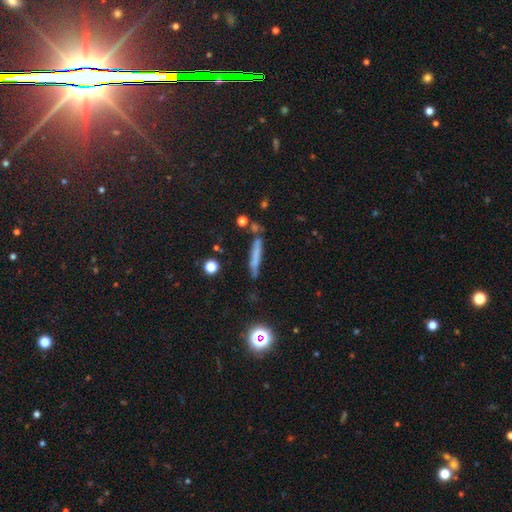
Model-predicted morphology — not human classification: The model was most divided on "smooth or featured": smooth: 61%, featured or disk: 26%, star or artifact: 13%. More confident: how rounded — cigar-shaped (91%); merging — none (74%).